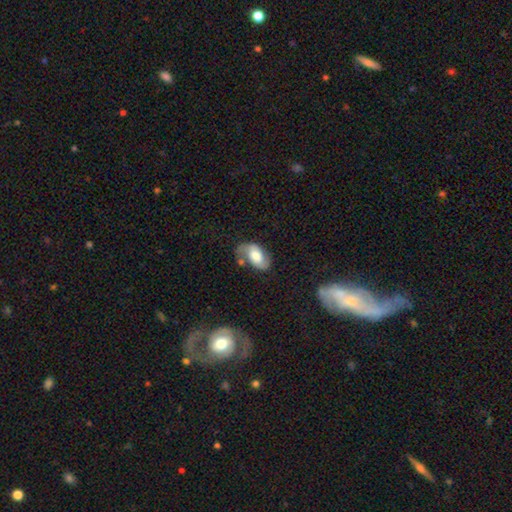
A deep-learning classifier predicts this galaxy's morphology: type=featured or disk (53%); edge-on=no (95%); bar=no (54%); spiral arms=yes (82%); bulge=moderate (43%); merging=none (52%).